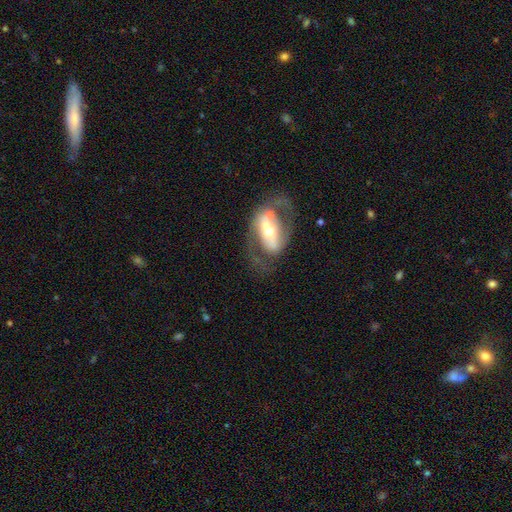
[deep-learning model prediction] This appears to be a featured or disk galaxy (74%) with a strong bar (38%), spiral arms (62%) and a moderate central bulge (57%). Merging: none (59%).